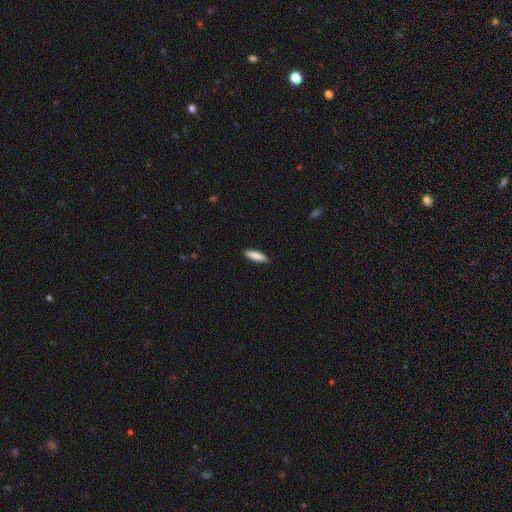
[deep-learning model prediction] A smooth galaxy with no disk features (85%) that is cigar-shaped (63%).

Vote fractions:
- Smooth or featured? smooth: 85% / featured or disk: 9% / star or artifact: 6%
- How rounded? cigar-shaped: 63% / in between: 36% / round: 1%
- Merging? none: 90% / minor disturbance: 8% / major disturbance: 2% / merger: 1%